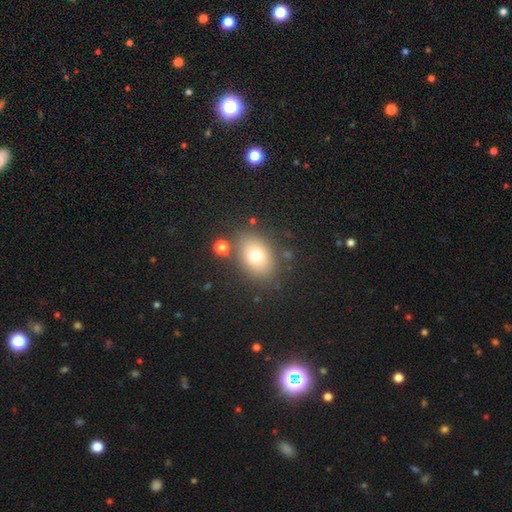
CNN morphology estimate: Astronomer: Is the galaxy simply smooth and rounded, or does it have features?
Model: smooth — 73%.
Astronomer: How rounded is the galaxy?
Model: in between — 71%.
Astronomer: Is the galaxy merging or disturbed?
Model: none — 78%.